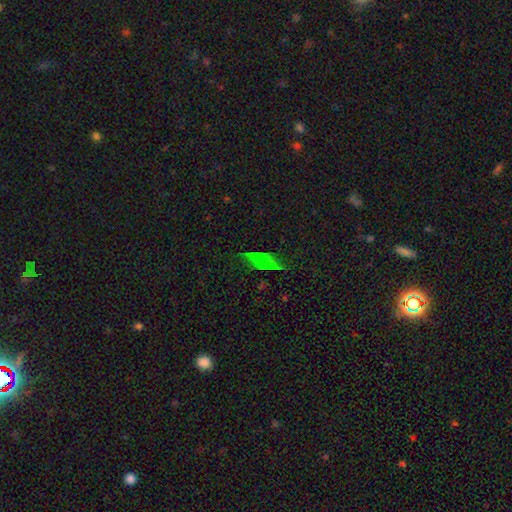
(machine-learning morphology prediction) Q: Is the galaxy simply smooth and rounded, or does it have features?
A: star or artifact — 58%.